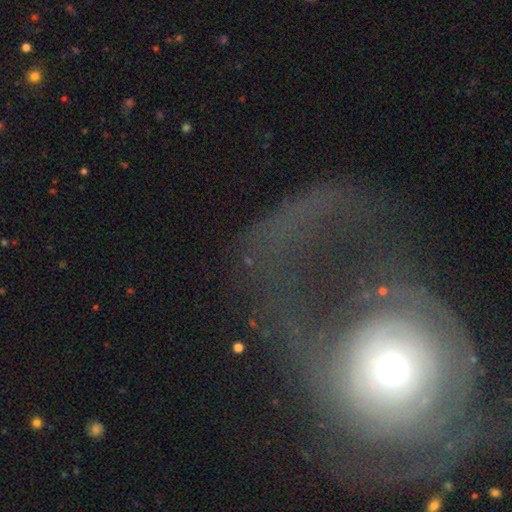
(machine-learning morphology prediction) Smooth or featured: featured or disk — 54% (smooth — 32%)
Edge-on disk: no — 94% (yes — 6%)
Bar: no — 82% (weak — 11%)
Spiral arms: no — 59% (yes — 41%)
Bulge size: moderate — 60% (small — 21%)
Merging: major disturbance — 57% (none — 27%)